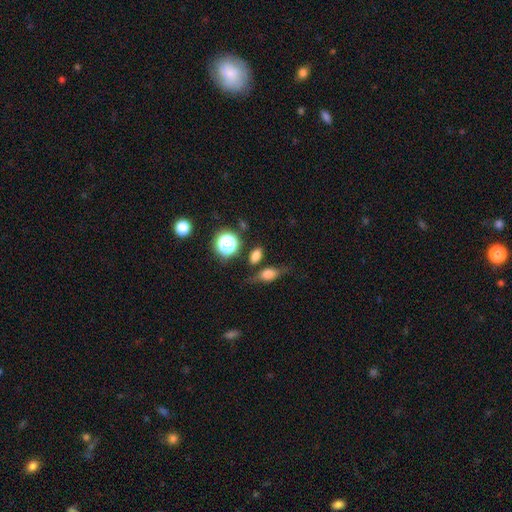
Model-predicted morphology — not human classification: Overall: smooth (71%). How rounded: in between (70%). Merging: none (70%).